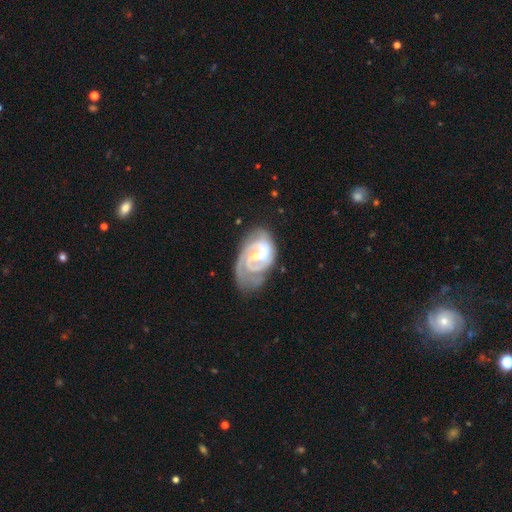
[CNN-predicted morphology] Overall: featured or disk (84%). Edge-on disk: no (98%). Bar: no (48%; weak 39%). Spiral arms: yes (92%). Spiral arm count: 2 (43%; 1 21%). Spiral winding: tight (54%; medium 35%). Bulge size: small (53%; moderate 39%). Merging: none (36%; major disturbance 22%).